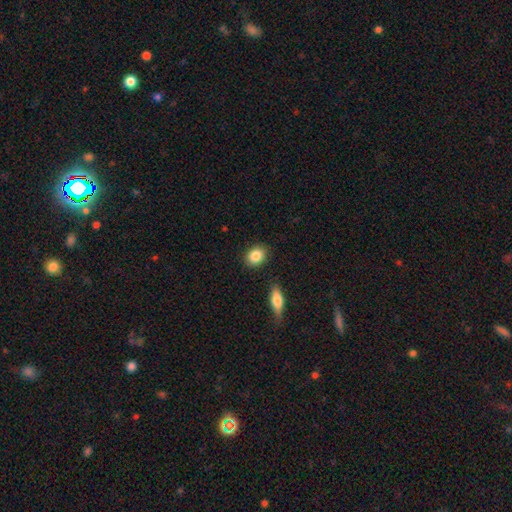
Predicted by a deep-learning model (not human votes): A smooth galaxy with no disk features (86%) that is in between round and cigar-shaped (52%).

Vote fractions:
- Smooth or featured? smooth: 86% / star or artifact: 8% / featured or disk: 6%
- How rounded? in between: 52% / round: 46% / cigar-shaped: 2%
- Merging? none: 86% / minor disturbance: 8% / merger: 3% / major disturbance: 2%